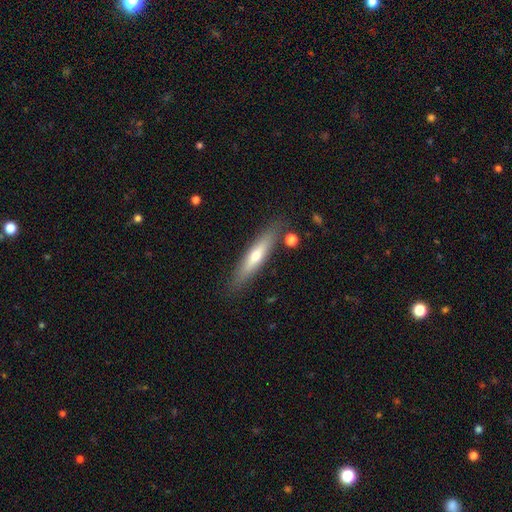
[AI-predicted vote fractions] Overall: smooth (50%; featured or disk 44%). Merging: none (84%).